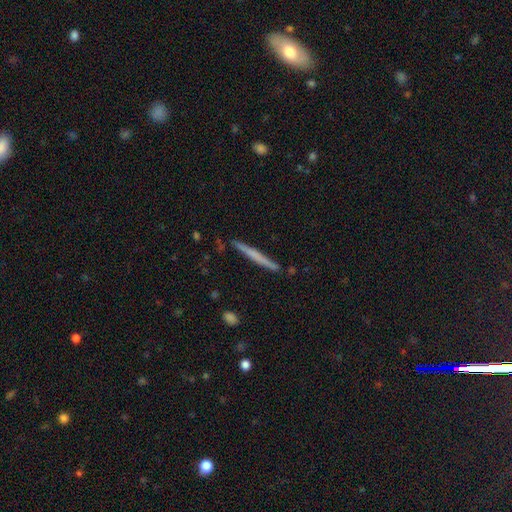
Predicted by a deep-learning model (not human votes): Q: Smooth or featured?
A: smooth (52%); runner-up: featured or disk (42%)
Q: How rounded?
A: cigar-shaped (97%); runner-up: in between (2%)
Q: Merging?
A: none (88%); runner-up: minor disturbance (9%)